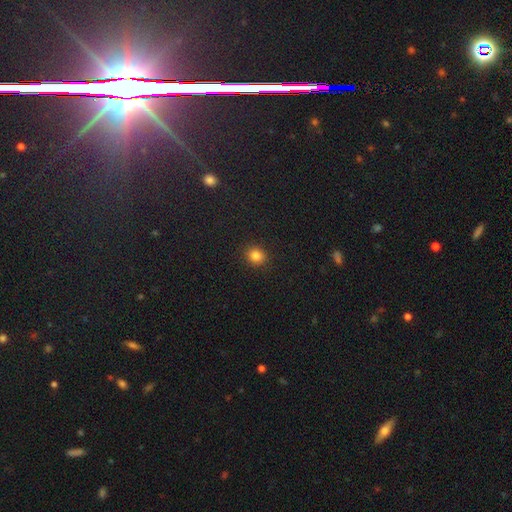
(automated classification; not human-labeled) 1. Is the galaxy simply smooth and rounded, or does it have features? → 84% smooth, 12% star or artifact, 4% featured or disk.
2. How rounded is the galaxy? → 79% round, 20% in between, 1% cigar-shaped.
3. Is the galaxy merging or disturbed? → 91% none, 6% minor disturbance, 2% major disturbance, 1% merger.